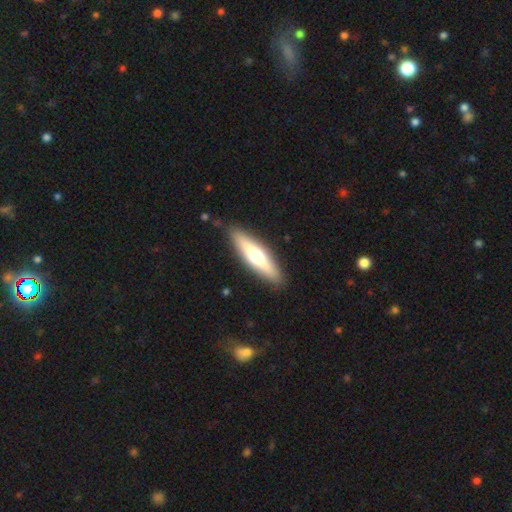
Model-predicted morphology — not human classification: Smooth or featured?
  - smooth: 51% *
  - featured or disk: 43%
  - star or artifact: 6%
How rounded?
  - cigar-shaped: 70% *
  - in between: 29%
  - round: 2%
Merging?
  - none: 88% *
  - minor disturbance: 9%
  - major disturbance: 2%
  - merger: 1%